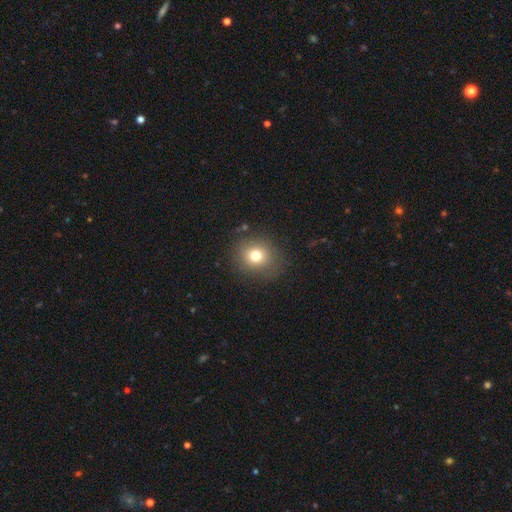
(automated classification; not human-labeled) A smooth galaxy with no disk features (75%) that is round (82%).

Vote fractions:
- Smooth or featured? smooth: 75% / star or artifact: 13% / featured or disk: 12%
- How rounded? round: 82% / in between: 17% / cigar-shaped: 1%
- Merging? none: 83% / minor disturbance: 10% / major disturbance: 5% / merger: 2%